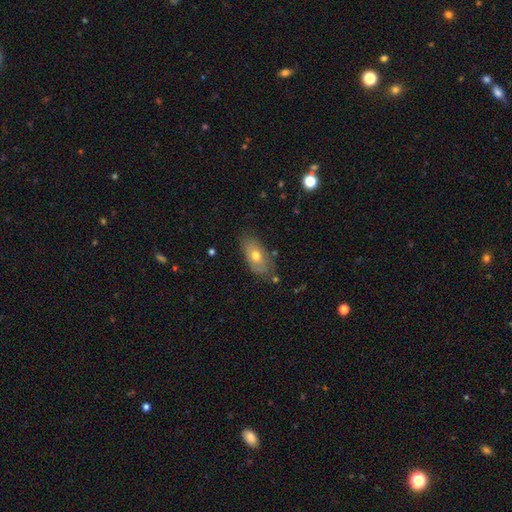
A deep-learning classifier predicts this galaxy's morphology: Smooth or featured? smooth (60%)
How rounded? in between (89%)
Merging? none (68%)